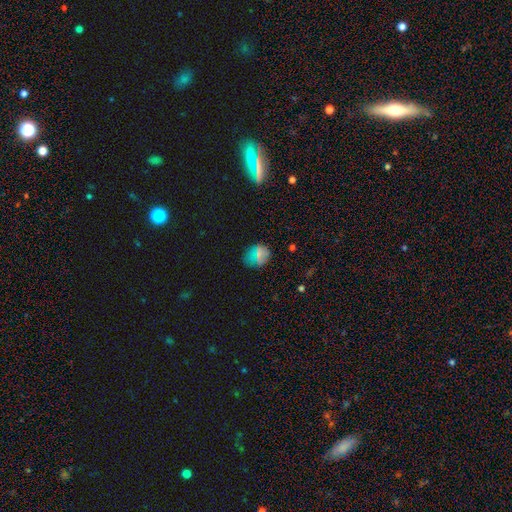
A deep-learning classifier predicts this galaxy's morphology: Smooth or featured? Predicted: smooth (p=0.59). How rounded? Predicted: round (p=0.72). Merging? Predicted: none (p=0.81).